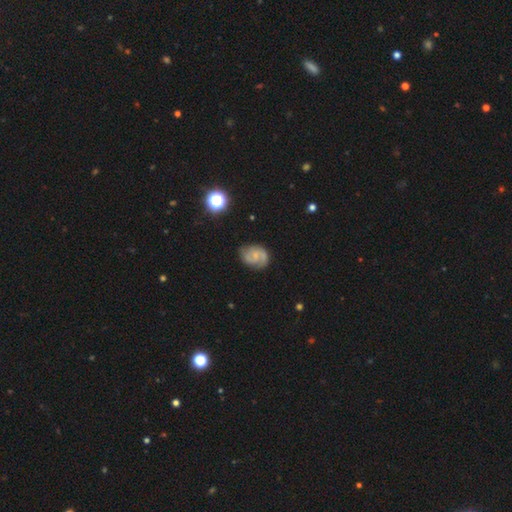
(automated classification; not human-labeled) A featured or disk galaxy (65%) with no bar (58%), 2 (78%) medium (47%) spiral arms (91%) and a small central bulge (59%). Merging: none (71%).